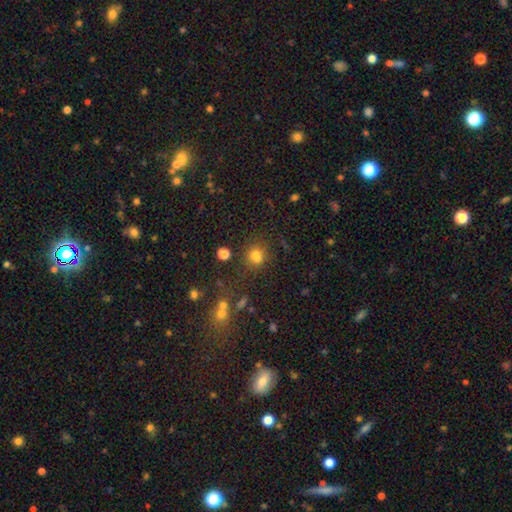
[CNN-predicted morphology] A smooth galaxy with no disk features (75%) that is round (77%).

Vote fractions:
- Smooth or featured? smooth: 75% / star or artifact: 17% / featured or disk: 8%
- How rounded? round: 77% / in between: 22% / cigar-shaped: 1%
- Merging? none: 66% / merger: 15% / minor disturbance: 13% / major disturbance: 6%